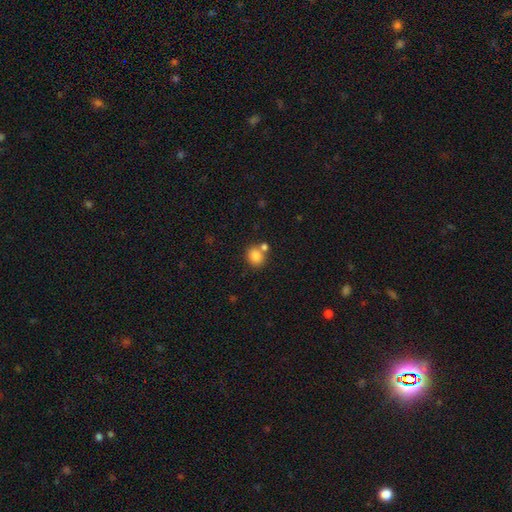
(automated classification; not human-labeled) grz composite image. It shows a smooth galaxy with no disk features (84%) that is round (76%). Merging: none (63%).